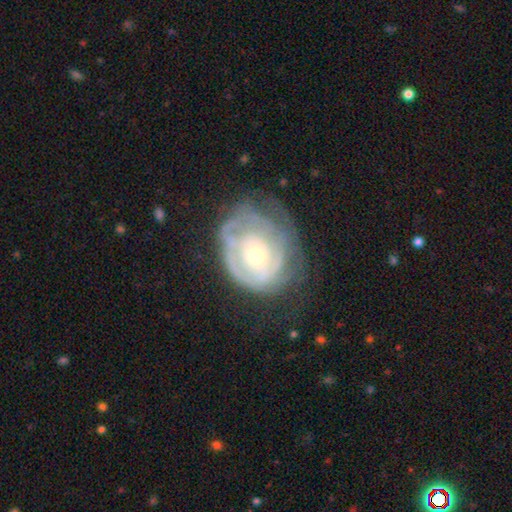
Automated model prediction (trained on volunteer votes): Smooth or featured: featured or disk — 70% (smooth — 23%)
Edge-on disk: no — 97% (yes — 3%)
Bar: no — 82% (weak — 15%)
Spiral arms: yes — 65% (no — 35%)
Bulge size: small — 58% (moderate — 37%)
Merging: none — 43% (major disturbance — 28%)